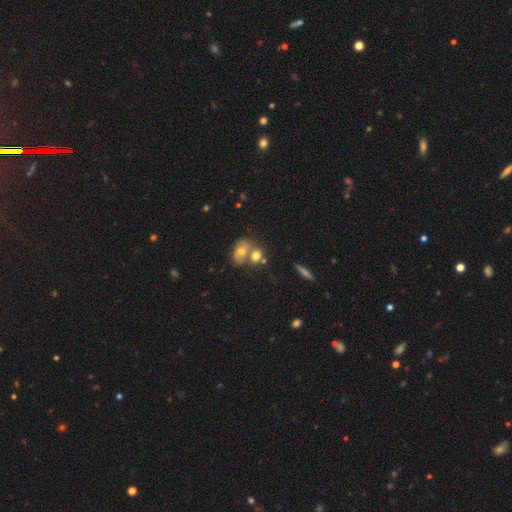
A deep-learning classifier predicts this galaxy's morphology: smooth-or-featured: smooth: 64% | featured or disk: 24% | star or artifact: 12%
  how-rounded: in between: 66% | round: 30% | cigar-shaped: 4%
  merging: merger: 45% | none: 39% | minor disturbance: 11% | major disturbance: 5%